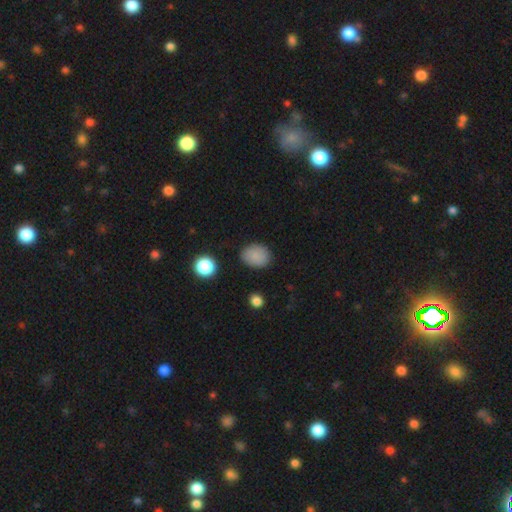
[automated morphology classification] smooth_or_featured: smooth (p=0.86) [alt: star or artifact p=0.09]
how_rounded: in between (p=0.58) [alt: round p=0.41]
merging: none (p=0.84) [alt: minor disturbance p=0.11]